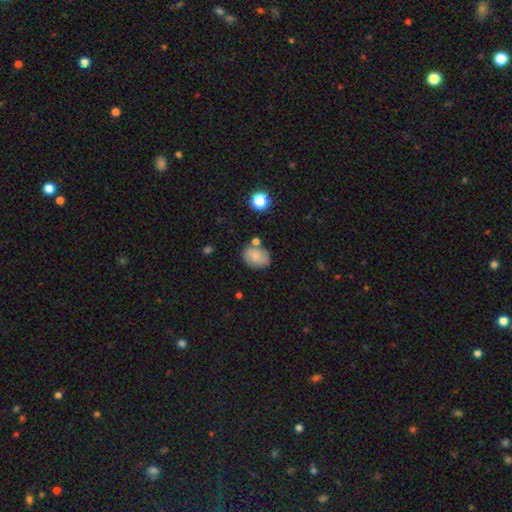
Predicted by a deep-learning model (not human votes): A smooth galaxy with no disk features (69%) that is in between round and cigar-shaped (57%). Merging: none (64%).